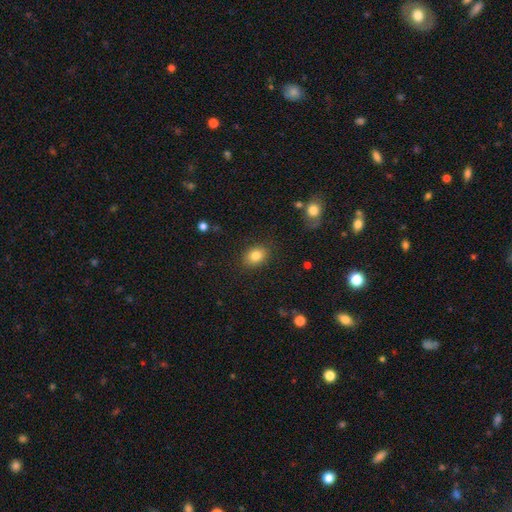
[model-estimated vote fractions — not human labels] This appears to be a smooth galaxy with no disk features (83%) that is in between round and cigar-shaped (64%). Merging: none (86%).